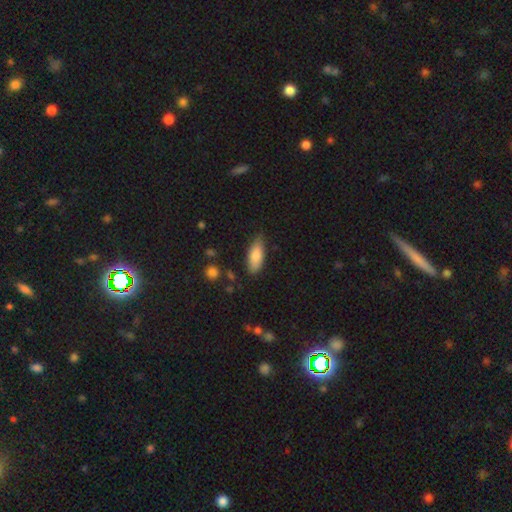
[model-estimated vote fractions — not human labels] Morphology: type=smooth (82%); roundness=in between (76%); merging=none (74%).